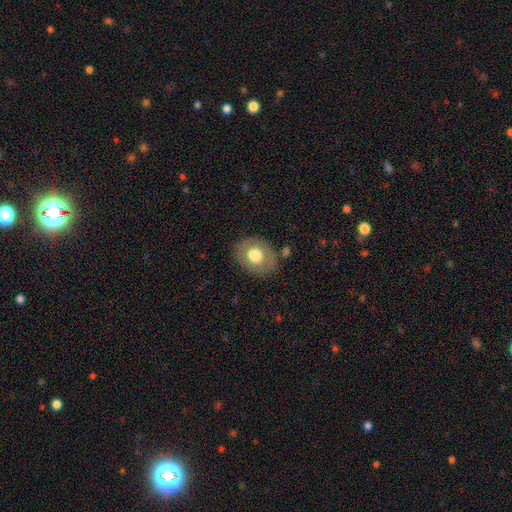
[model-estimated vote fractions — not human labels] Smooth or featured: smooth — 64% (featured or disk — 29%)
How rounded: in between — 56% (round — 43%)
Merging: none — 79% (minor disturbance — 14%)